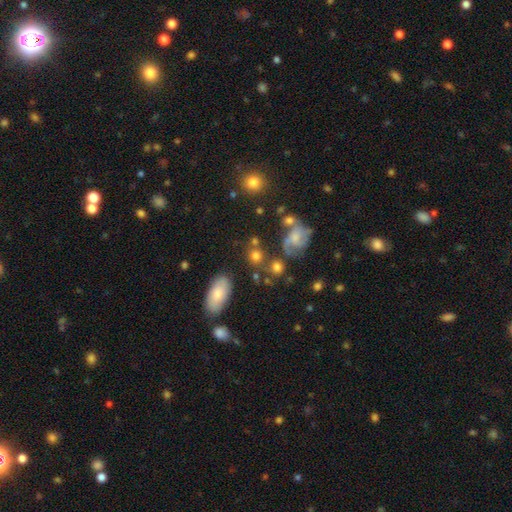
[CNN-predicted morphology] Smooth or featured: smooth — 73% (featured or disk — 15%)
How rounded: round — 75% (in between — 23%)
Merging: none — 58% (merger — 18%)